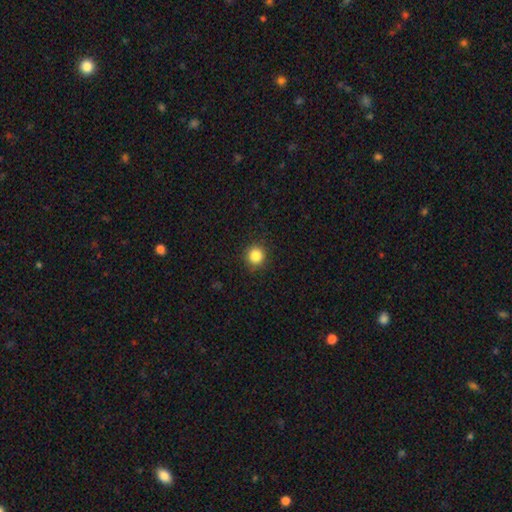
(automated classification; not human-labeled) A smooth galaxy with no disk features (85%) that is round (92%).

Vote fractions:
- Smooth or featured? smooth: 85% / star or artifact: 11% / featured or disk: 4%
- How rounded? round: 92% / in between: 7% / cigar-shaped: 1%
- Merging? none: 90% / minor disturbance: 7% / major disturbance: 2% / merger: 1%